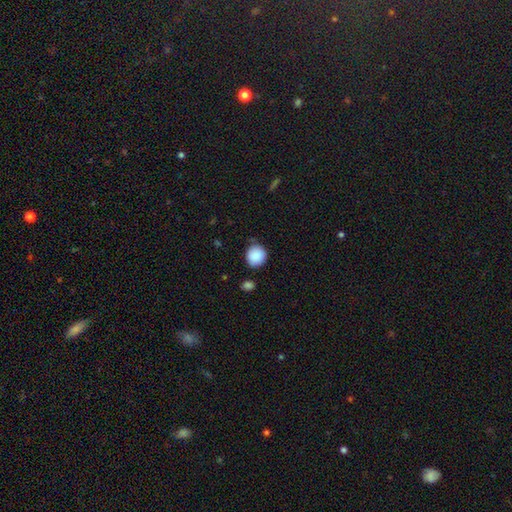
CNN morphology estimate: A smooth galaxy with no disk features (89%) that is round (87%). Merging: none (76%).